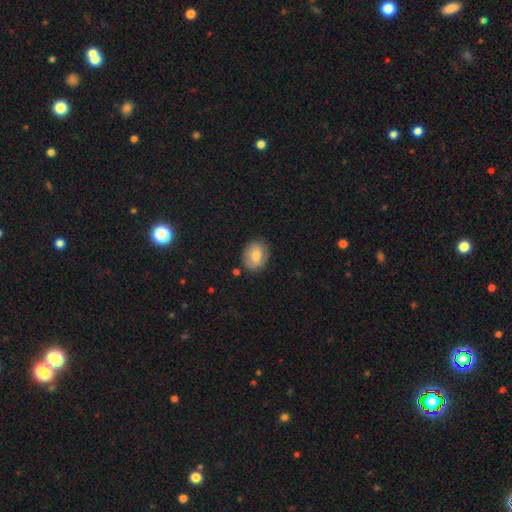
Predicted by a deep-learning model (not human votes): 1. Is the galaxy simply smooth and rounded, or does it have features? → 67% smooth, 25% featured or disk, 8% star or artifact.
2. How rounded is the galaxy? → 51% round, 48% in between, 1% cigar-shaped.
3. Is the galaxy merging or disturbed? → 82% none, 13% minor disturbance, 3% major disturbance, 2% merger.